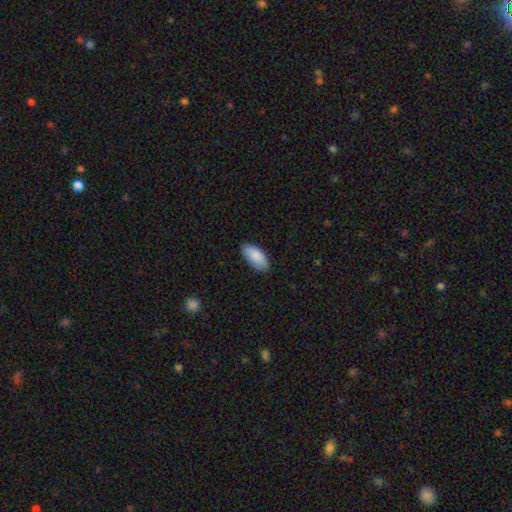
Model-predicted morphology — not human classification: smooth-or-featured: smooth: 89% | featured or disk: 6% | star or artifact: 6%
  how-rounded: in between: 93% | cigar-shaped: 6% | round: 2%
  merging: none: 83% | minor disturbance: 14% | major disturbance: 2% | merger: 1%